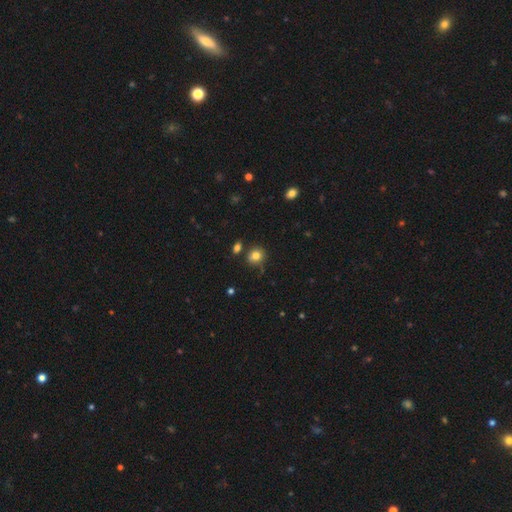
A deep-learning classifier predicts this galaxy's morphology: This appears to be a smooth galaxy with no disk features (80%) that is round (76%). Merging: none (75%).